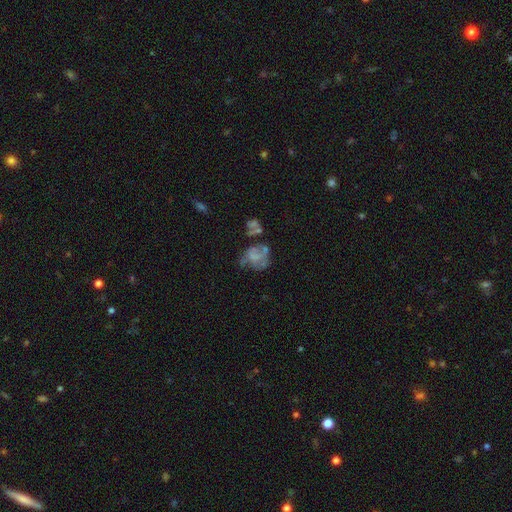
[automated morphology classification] This is possibly a featured or disk galaxy (54%). It is clearly not viewed edge-on (98%). Bar: clearly no (84%). Spiral arm pattern: likely no (71%). Central bulge: likely none (66%). Merging: marginally none (33%).